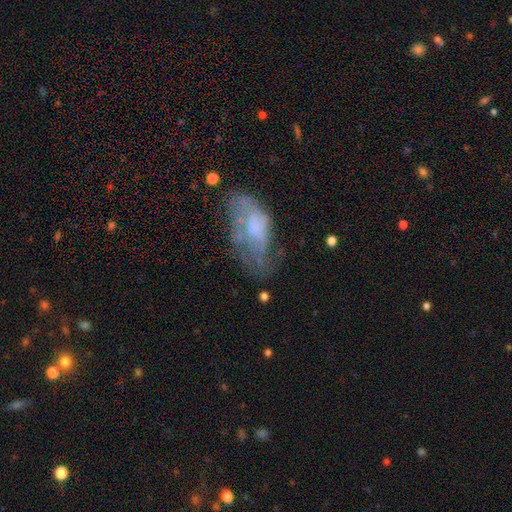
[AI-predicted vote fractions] smooth-or-featured: featured or disk: 46% | smooth: 41% | star or artifact: 13%
  merging: none: 43% | minor disturbance: 28% | major disturbance: 25% | merger: 5%